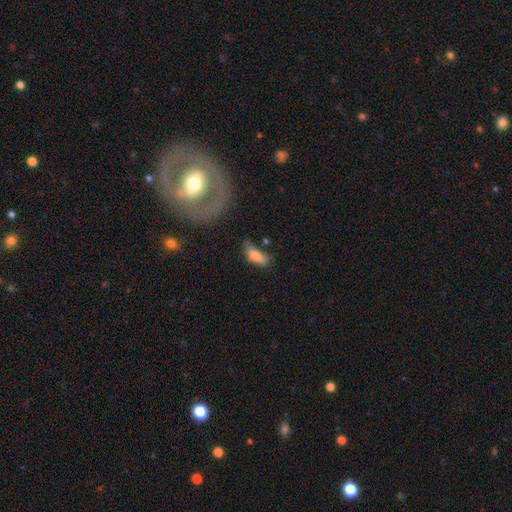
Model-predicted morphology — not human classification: smooth 80%, featured or disk 12%, star or artifact 8%. Down the decision tree: how rounded — in between (76%); merging — none (48%).